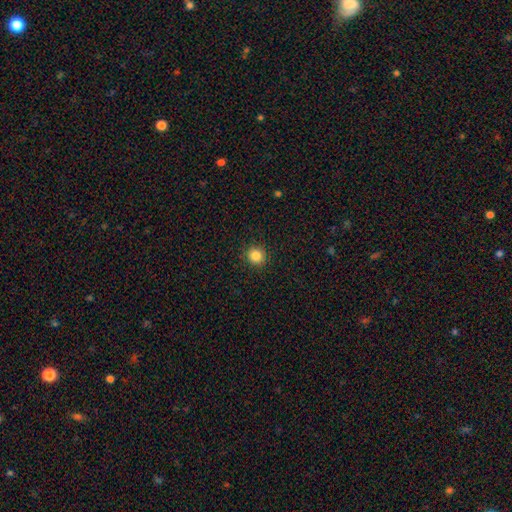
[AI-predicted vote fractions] A smooth galaxy with no disk features (85%) that is round (93%). Merging: none (92%).